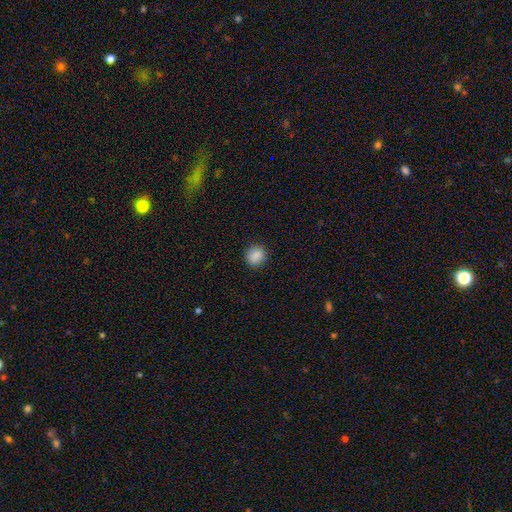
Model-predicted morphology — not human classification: The model was most divided on "how rounded": round: 81%, in between: 18%, cigar-shaped: 1%. More confident: merging — none (89%); smooth or featured — smooth (88%).